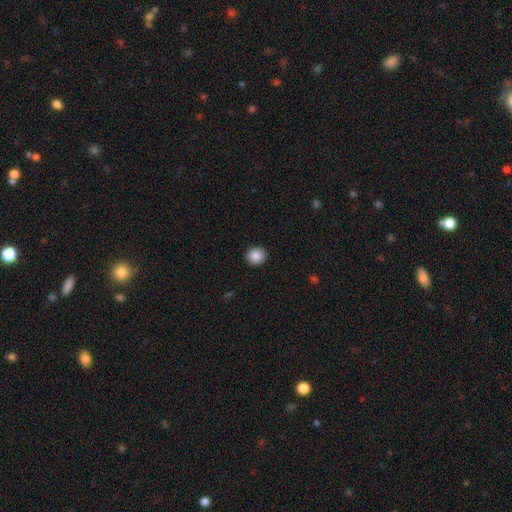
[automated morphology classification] type=smooth (88%); roundness=round (83%); merging=none (92%).